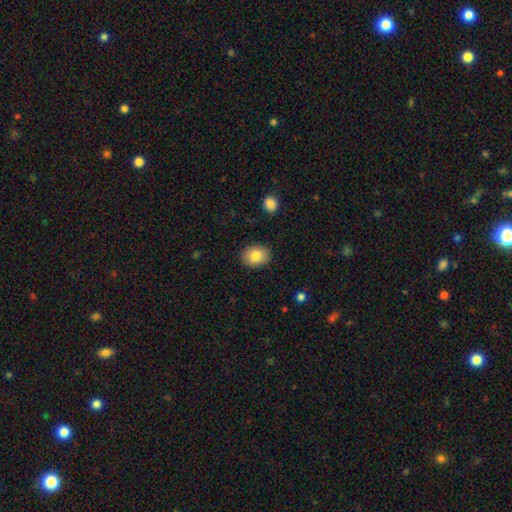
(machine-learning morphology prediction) smooth_or_featured: smooth (p=0.84) [alt: featured or disk p=0.09]
how_rounded: in between (p=0.67) [alt: round p=0.33]
merging: none (p=0.88) [alt: minor disturbance p=0.09]